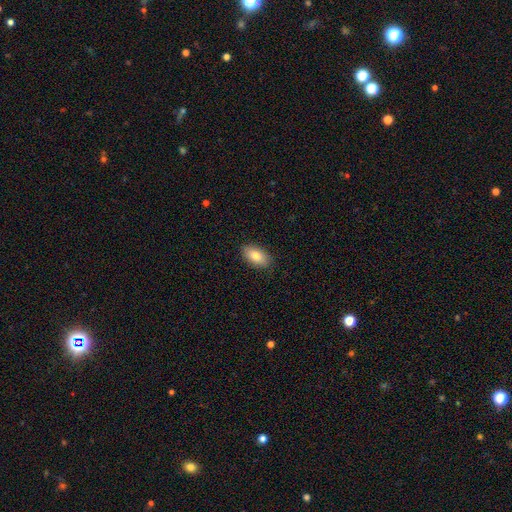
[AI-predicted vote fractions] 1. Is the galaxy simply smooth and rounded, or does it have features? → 80% smooth, 13% featured or disk, 7% star or artifact.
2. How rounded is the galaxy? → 93% in between, 4% round, 3% cigar-shaped.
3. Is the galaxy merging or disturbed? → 87% none, 10% minor disturbance, 2% major disturbance, 1% merger.